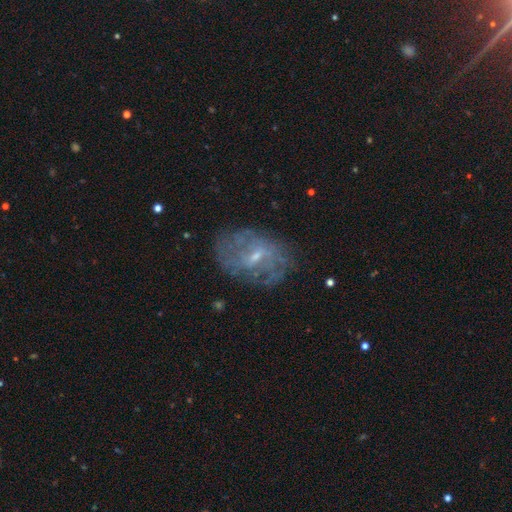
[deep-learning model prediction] Smooth or featured? Predicted: featured or disk (p=0.70). Edge-on disk? Predicted: no (p=0.96). Bar? Predicted: weak (p=0.55). Spiral arms? Predicted: yes (p=0.70). Bulge size? Predicted: small (p=0.65). Merging? Predicted: none (p=0.68).